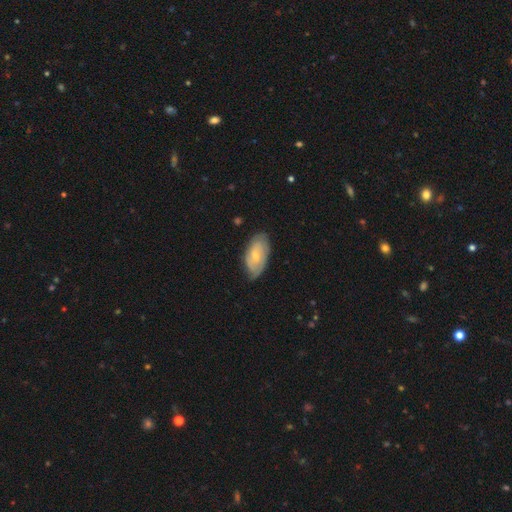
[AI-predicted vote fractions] smooth-or-featured: featured or disk: 58% | smooth: 36% | star or artifact: 6%
  disk-edge-on: no: 94% | yes: 6%
    bar: no: 53% | weak: 40% | strong: 7%
    has-spiral-arms: yes: 84% | no: 16%
    bulge-size: small: 58% | moderate: 35% | none: 4% | large: 2% | dominant: 1%
  merging: none: 68% | minor disturbance: 26% | major disturbance: 5% | merger: 1%